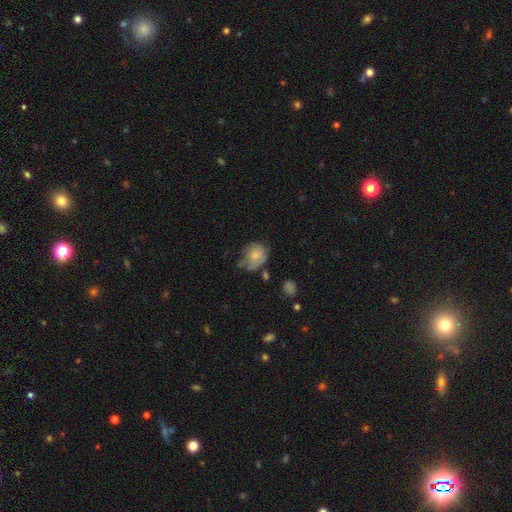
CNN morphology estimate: Q: Smooth or featured?
A: smooth (60%); runner-up: featured or disk (31%)
Q: How rounded?
A: round (63%); runner-up: in between (36%)
Q: Merging?
A: none (35%); runner-up: minor disturbance (34%)